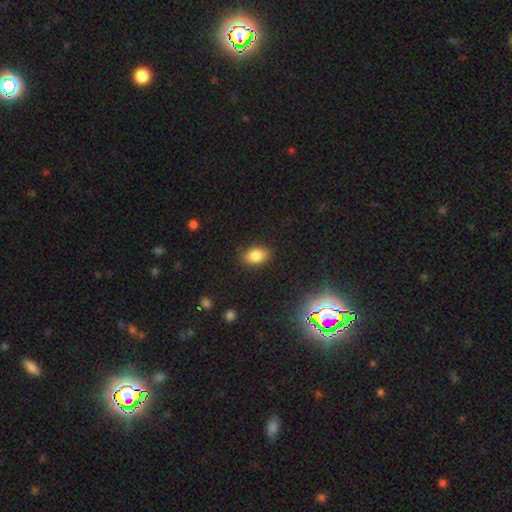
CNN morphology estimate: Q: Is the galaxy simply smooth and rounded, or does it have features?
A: smooth — 83%.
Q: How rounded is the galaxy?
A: in between — 87%.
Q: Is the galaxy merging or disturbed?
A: none — 87%.